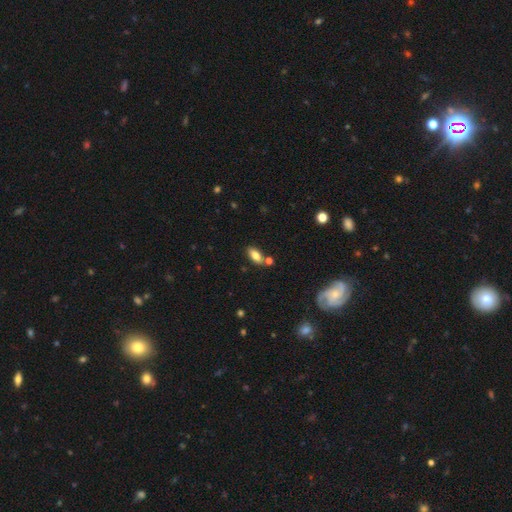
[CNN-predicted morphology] Smooth or featured? Predicted: smooth (p=0.80). How rounded? Predicted: in between (p=0.87). Merging? Predicted: none (p=0.70).